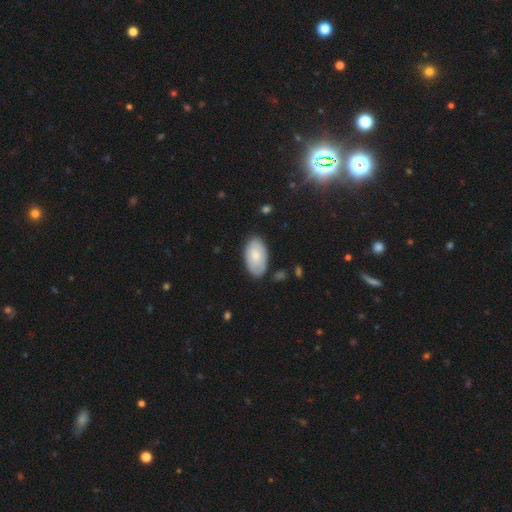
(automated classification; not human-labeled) Smooth or featured?
  - smooth: 67% *
  - featured or disk: 28%
  - star or artifact: 6%
How rounded?
  - in between: 94% *
  - round: 4%
  - cigar-shaped: 1%
Merging?
  - none: 78% *
  - minor disturbance: 17%
  - major disturbance: 3%
  - merger: 2%